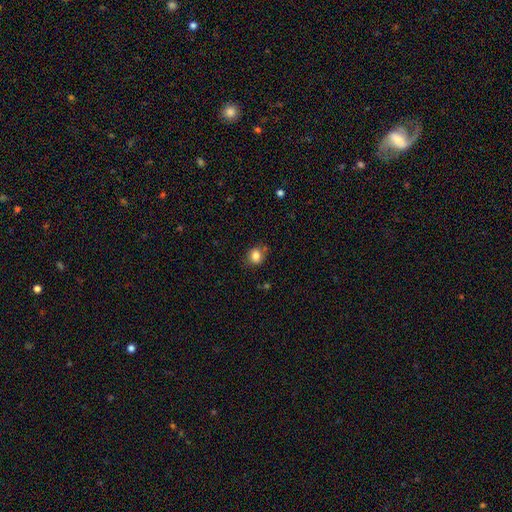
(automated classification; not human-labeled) This appears to be a smooth galaxy with no disk features (83%) that is round (63%). Merging: none (74%).